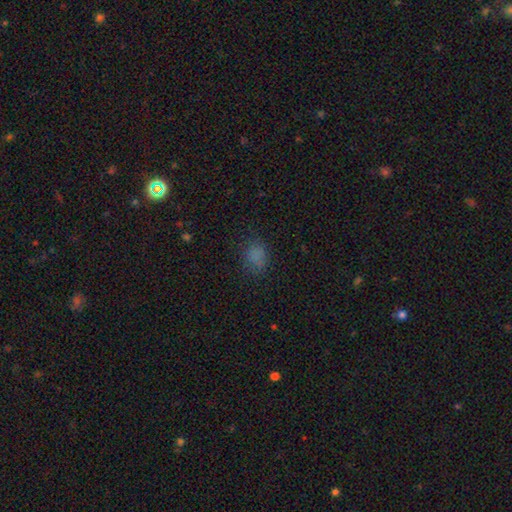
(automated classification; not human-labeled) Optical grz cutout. It shows a smooth galaxy with no disk features (76%) that is in between round and cigar-shaped (54%). Merging: none (75%).